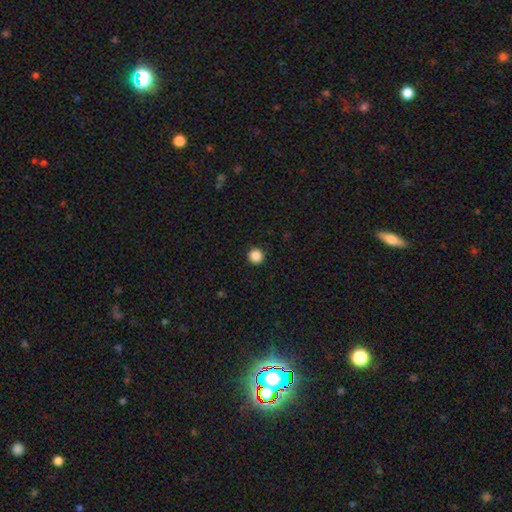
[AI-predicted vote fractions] Q: Smooth or featured?
A: smooth (87%); runner-up: star or artifact (11%)
Q: How rounded?
A: round (95%); runner-up: in between (4%)
Q: Merging?
A: none (93%); runner-up: minor disturbance (4%)